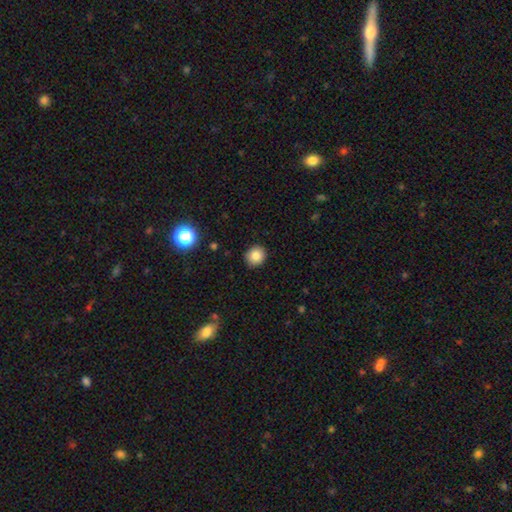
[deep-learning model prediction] Smooth or featured? Predicted: smooth (p=0.84). How rounded? Predicted: round (p=0.85). Merging? Predicted: none (p=0.90).